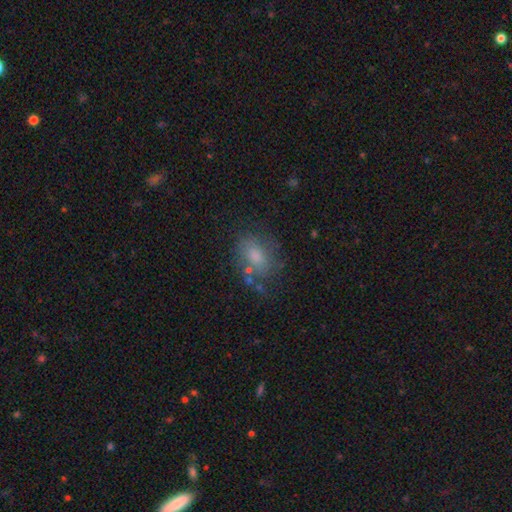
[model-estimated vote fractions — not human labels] Smooth or featured?
  - smooth: 70% *
  - featured or disk: 19%
  - star or artifact: 11%
How rounded?
  - in between: 75% *
  - round: 23%
  - cigar-shaped: 2%
Merging?
  - none: 62% *
  - minor disturbance: 21%
  - major disturbance: 11%
  - merger: 6%